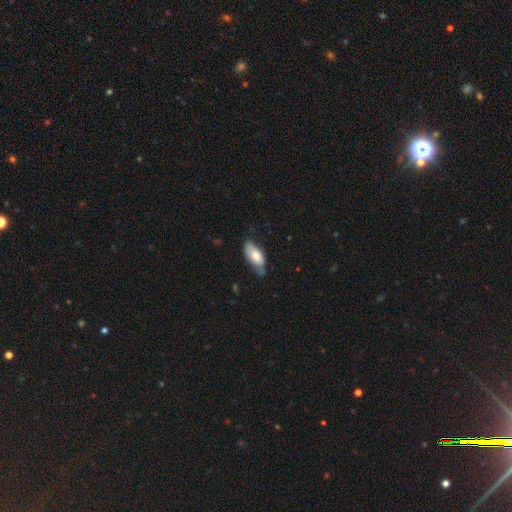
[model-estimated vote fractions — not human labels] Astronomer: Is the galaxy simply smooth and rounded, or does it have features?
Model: smooth — 72%.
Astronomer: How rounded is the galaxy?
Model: in between — 88%.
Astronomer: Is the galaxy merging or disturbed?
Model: none — 57% (runner-up: minor disturbance, 34%).